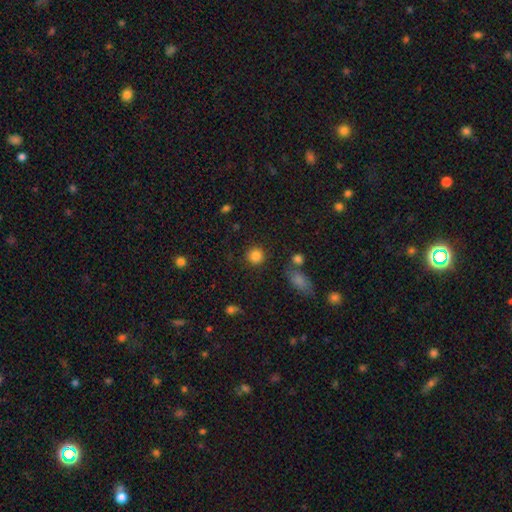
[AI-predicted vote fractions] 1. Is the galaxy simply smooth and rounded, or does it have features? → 84% smooth, 11% star or artifact, 5% featured or disk.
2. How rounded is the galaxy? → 92% round, 7% in between, 1% cigar-shaped.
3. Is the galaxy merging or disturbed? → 87% none, 7% minor disturbance, 3% merger, 3% major disturbance.